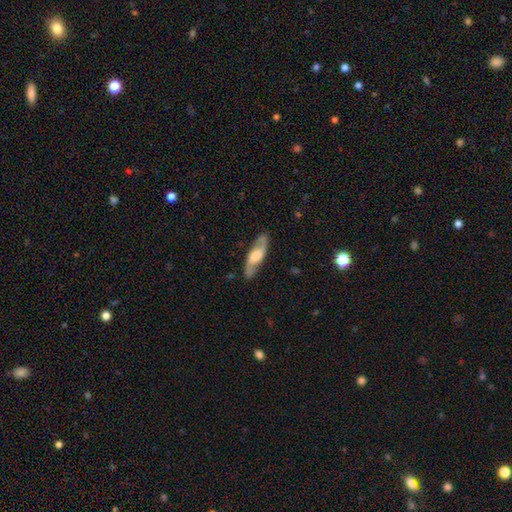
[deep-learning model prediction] smooth-or-featured: featured or disk: 71% | smooth: 24% | star or artifact: 5%
  disk-edge-on: no: 76% | yes: 24%
    bar: no: 49% | weak: 38% | strong: 13%
    has-spiral-arms: yes: 89% | no: 11%
    bulge-size: large: 46% | moderate: 35% | small: 9% | none: 7% | dominant: 4%
  merging: none: 84% | minor disturbance: 11% | major disturbance: 3% | merger: 1%